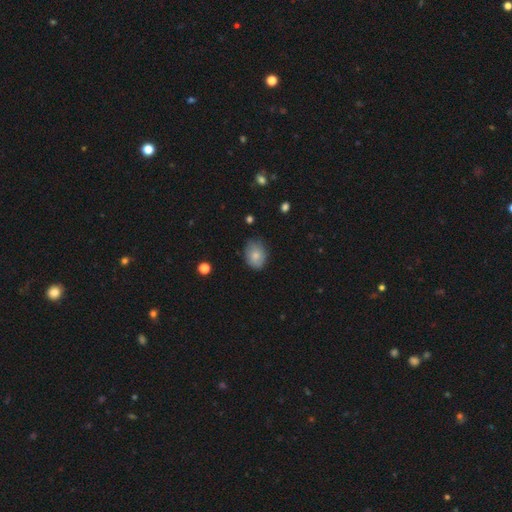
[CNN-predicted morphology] Smooth or featured: smooth — 80% (featured or disk — 12%)
How rounded: in between — 65% (round — 34%)
Merging: none — 73% (minor disturbance — 22%)